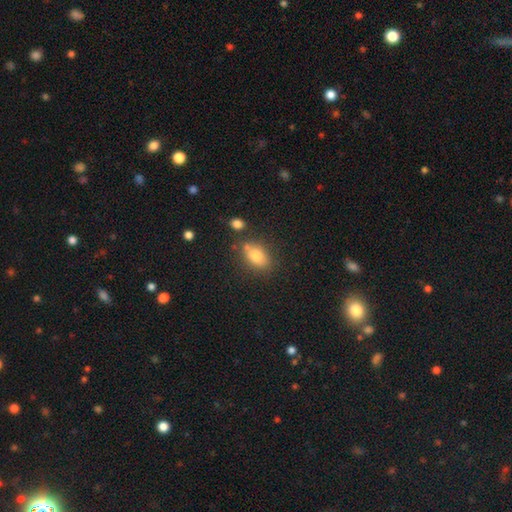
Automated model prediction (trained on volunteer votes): Smooth or featured?
  - smooth: 78% *
  - featured or disk: 12%
  - star or artifact: 9%
How rounded?
  - in between: 83% *
  - round: 12%
  - cigar-shaped: 5%
Merging?
  - none: 71% *
  - minor disturbance: 16%
  - merger: 9%
  - major disturbance: 4%